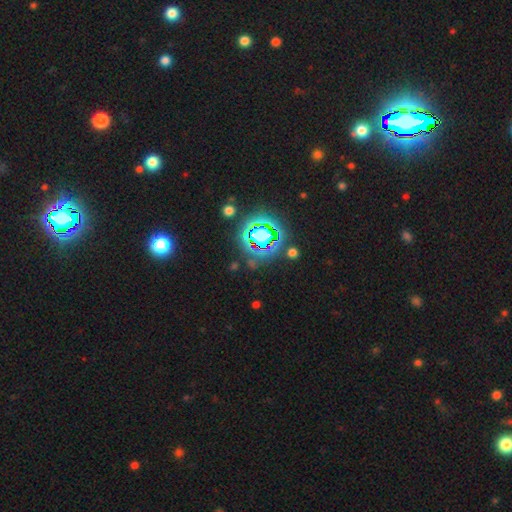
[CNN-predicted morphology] Smooth or featured? Predicted: star or artifact (p=0.76).